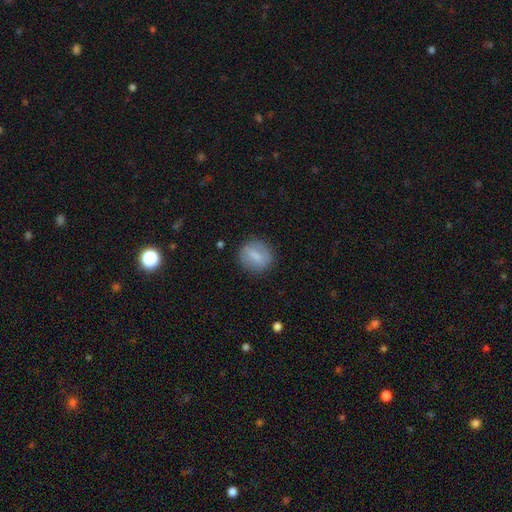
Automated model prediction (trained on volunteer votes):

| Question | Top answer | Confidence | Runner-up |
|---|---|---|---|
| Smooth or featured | smooth | 73% | featured or disk (20%) |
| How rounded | round | 70% | in between (28%) |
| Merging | none | 84% | minor disturbance (11%) |